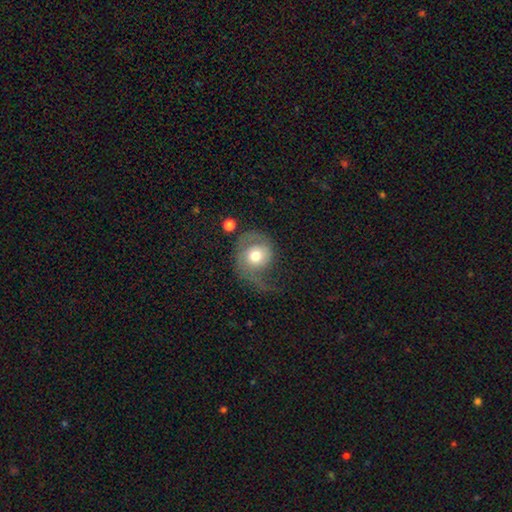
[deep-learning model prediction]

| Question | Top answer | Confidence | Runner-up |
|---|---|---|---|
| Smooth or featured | featured or disk | 50% | smooth (43%) |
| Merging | major disturbance | 45% | none (31%) |